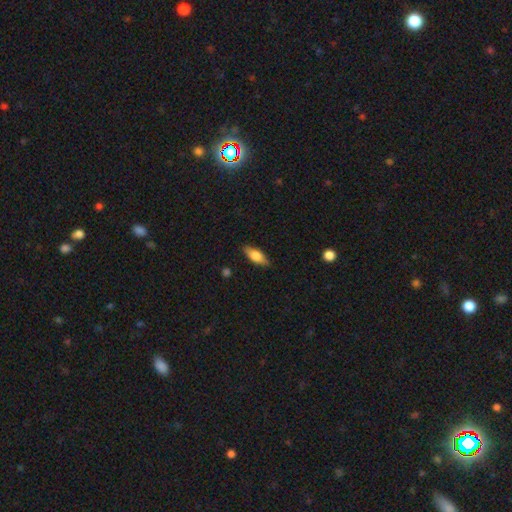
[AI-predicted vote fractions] This appears to be a smooth galaxy with no disk features (69%) that is in between round and cigar-shaped (72%). Merging: none (86%).